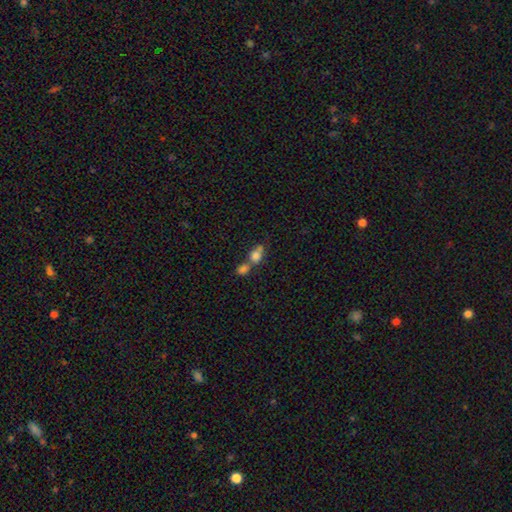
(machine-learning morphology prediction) A smooth galaxy with no disk features (75%) that is in between round and cigar-shaped (51%).

Vote fractions:
- Smooth or featured? smooth: 75% / featured or disk: 14% / star or artifact: 11%
- How rounded? in between: 51% / round: 44% / cigar-shaped: 4%
- Merging? merger: 62% / none: 25% / minor disturbance: 8% / major disturbance: 5%